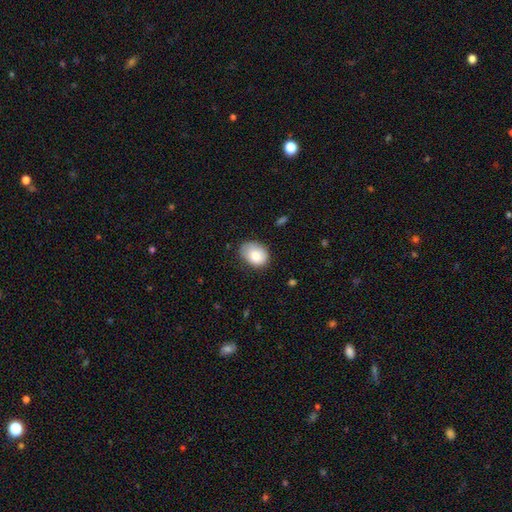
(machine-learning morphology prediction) Q: Smooth or featured?
A: smooth (81%); runner-up: featured or disk (11%)
Q: How rounded?
A: in between (64%); runner-up: round (35%)
Q: Merging?
A: none (66%); runner-up: minor disturbance (27%)